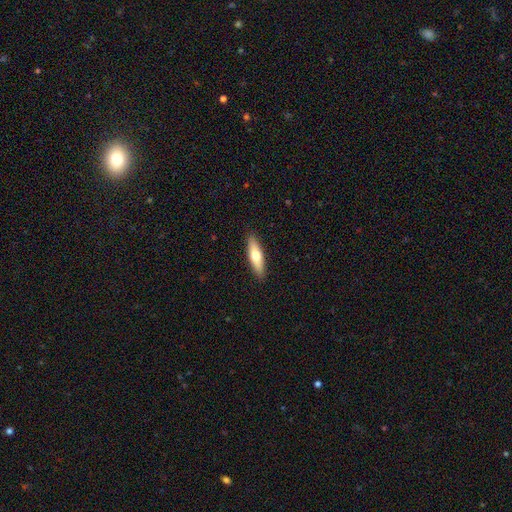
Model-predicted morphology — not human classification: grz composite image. It shows a smooth galaxy with no disk features (60%) that is cigar-shaped (65%). Merging: none (90%).